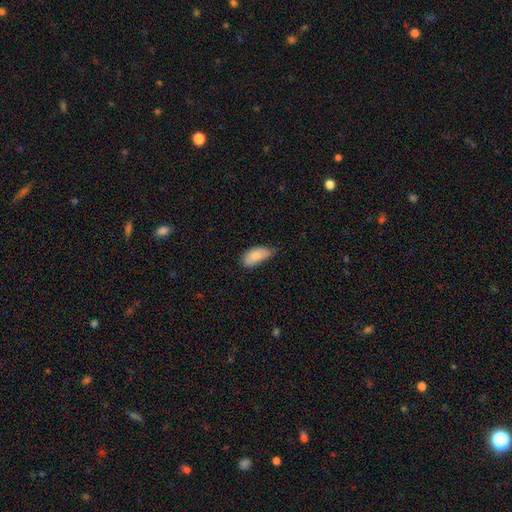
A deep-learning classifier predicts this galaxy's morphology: A smooth galaxy with no disk features (80%) that is in between round and cigar-shaped (92%).

Vote fractions:
- Smooth or featured? smooth: 80% / featured or disk: 13% / star or artifact: 7%
- How rounded? in between: 92% / cigar-shaped: 5% / round: 3%
- Merging? minor disturbance: 45% / none: 44% / major disturbance: 9% / merger: 2%